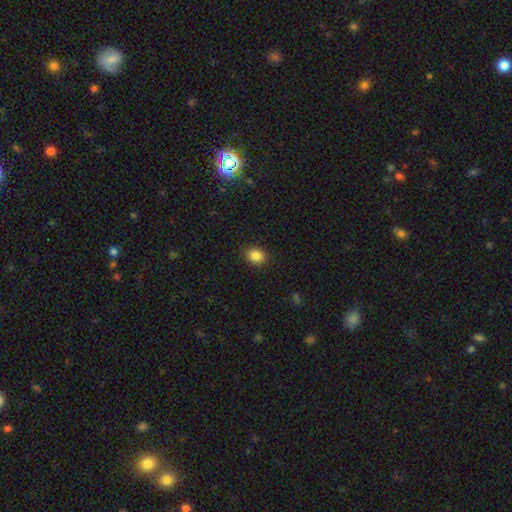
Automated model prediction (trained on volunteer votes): This appears to be a smooth galaxy with no disk features (86%) that is in between round and cigar-shaped (58%). Merging: none (88%).